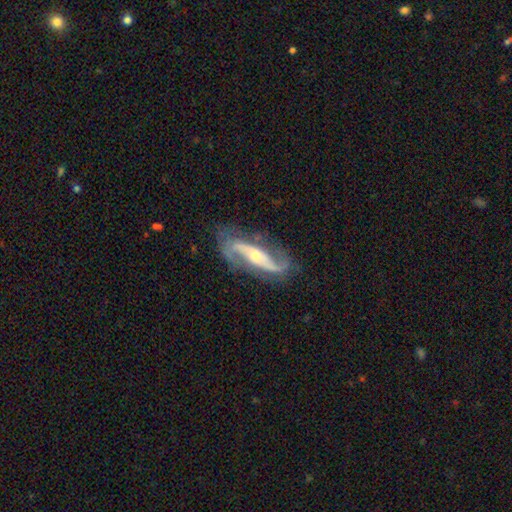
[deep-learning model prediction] Overall: featured or disk (87%). Edge-on disk: no (88%). Bar: no (36%; strong 35%). Spiral arms: yes (95%). Spiral arm count: 2 (90%). Spiral winding: loose (45%; medium 40%). Bulge size: moderate (53%; small 39%). Merging: none (73%).